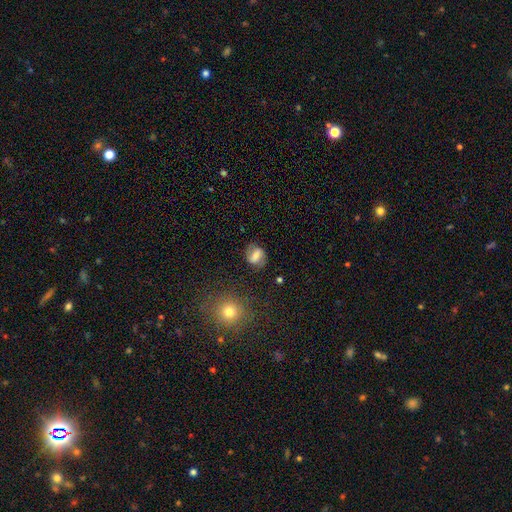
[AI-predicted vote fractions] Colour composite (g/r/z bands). It shows a smooth galaxy with no disk features (49%). Merging: none (76%).